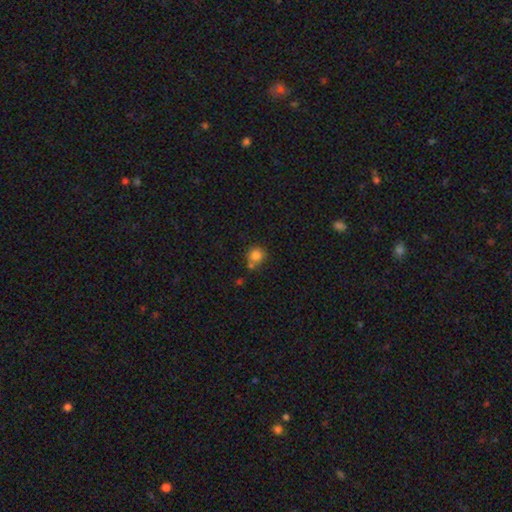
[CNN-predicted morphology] A smooth galaxy with no disk features (82%) that is round (86%).

Vote fractions:
- Smooth or featured? smooth: 82% / star or artifact: 11% / featured or disk: 7%
- How rounded? round: 86% / in between: 13% / cigar-shaped: 1%
- Merging? none: 59% / merger: 23% / minor disturbance: 14% / major disturbance: 4%